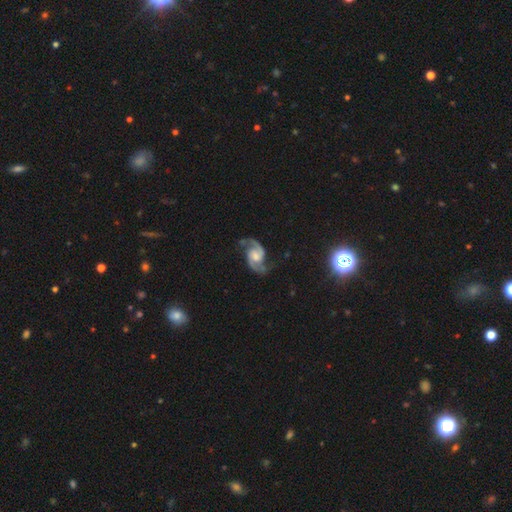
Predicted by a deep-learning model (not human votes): featured or disk 92%, star or artifact 4%, smooth 4%. Down the decision tree: edge-on disk — no (98%); bar — no (50%); spiral arms — yes (98%); spiral arm count — 2 (94%); spiral winding — medium (54%); bulge size — moderate (48%); merging — none (75%).